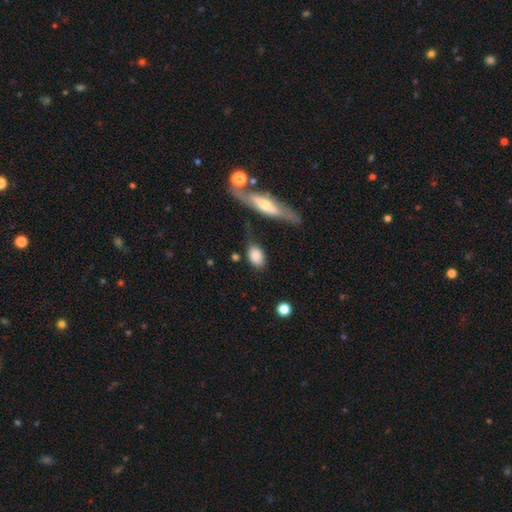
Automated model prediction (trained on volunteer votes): Smooth or featured? smooth (81%)
How rounded? in between (83%)
Merging? none (64%)